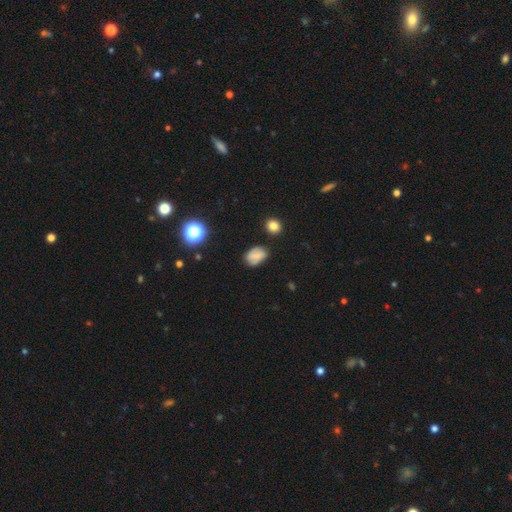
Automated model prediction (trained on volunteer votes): smooth_or_featured: smooth (p=0.71) [alt: featured or disk p=0.15]
how_rounded: in between (p=0.76) [alt: round p=0.23]
merging: none (p=0.69) [alt: minor disturbance p=0.22]